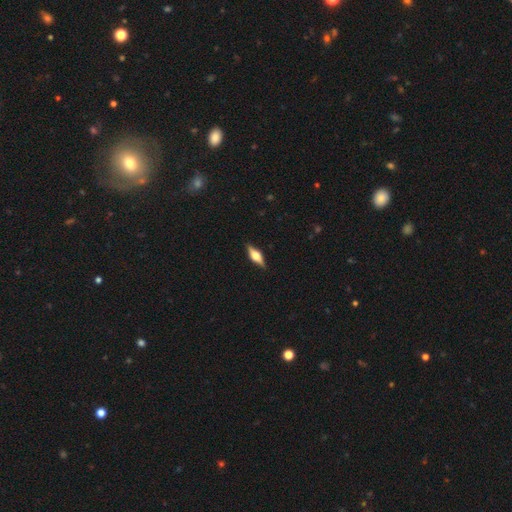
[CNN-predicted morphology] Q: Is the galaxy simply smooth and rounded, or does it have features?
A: featured or disk — 61%.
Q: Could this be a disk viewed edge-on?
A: yes — 95%.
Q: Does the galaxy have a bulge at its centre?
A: rounded — 90%.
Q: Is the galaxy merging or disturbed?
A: none — 88%.